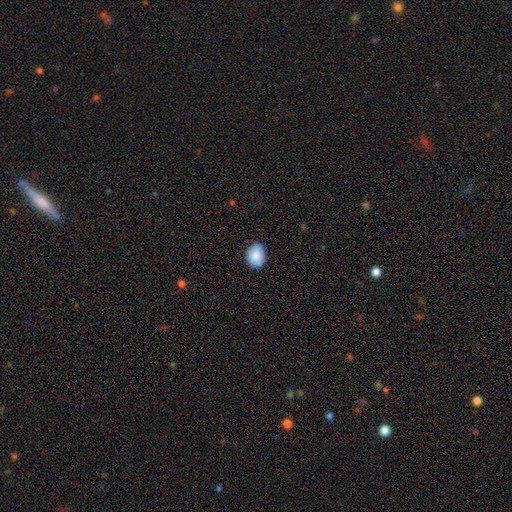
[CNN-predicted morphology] This appears to be a smooth galaxy with no disk features (88%) that is in between round and cigar-shaped (60%). Merging: none (80%).